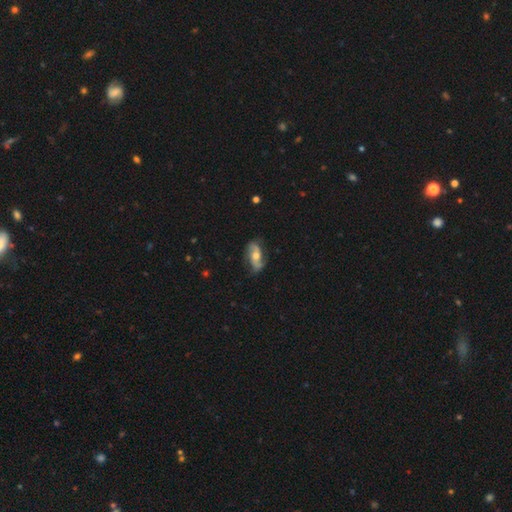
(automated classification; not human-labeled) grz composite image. It shows a featured or disk galaxy (74%) with no bar (56%), 2 (89%) loose (55%) spiral arms (91%) and a moderate central bulge (68%). Merging: none (74%).